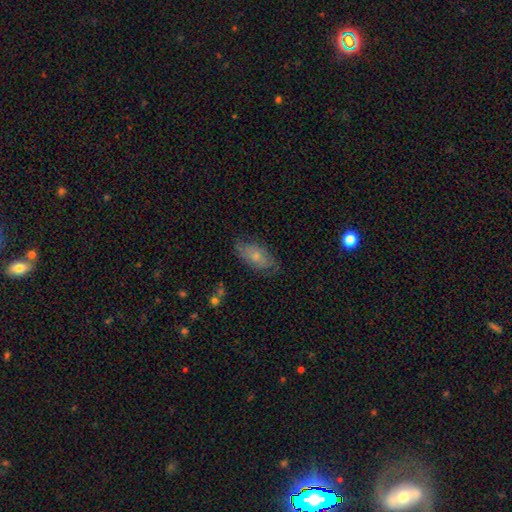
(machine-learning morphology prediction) Overall: smooth (60%; featured or disk 33%). How rounded: in between (87%). Merging: none (71%).